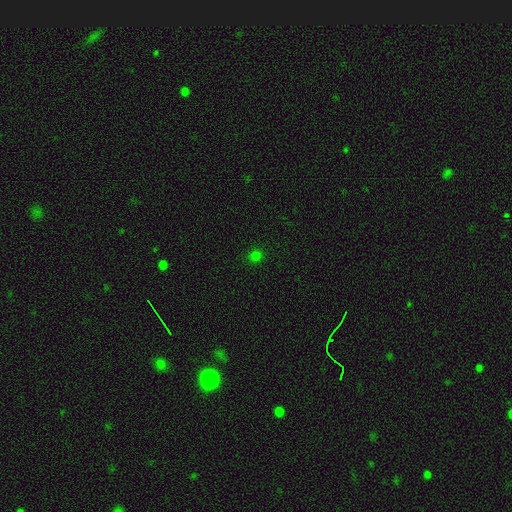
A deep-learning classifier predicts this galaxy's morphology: smooth_or_featured: smooth (p=0.72) [alt: star or artifact p=0.24]
how_rounded: round (p=0.88) [alt: in between p=0.11]
merging: none (p=0.90) [alt: minor disturbance p=0.07]